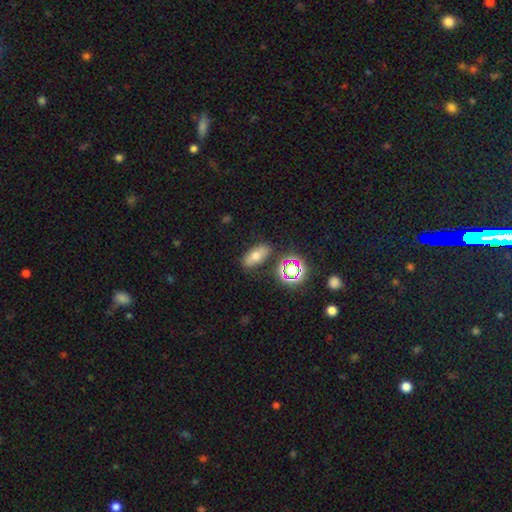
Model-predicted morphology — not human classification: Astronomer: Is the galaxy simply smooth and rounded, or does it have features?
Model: smooth — 60%.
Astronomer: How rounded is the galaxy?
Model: in between — 73%.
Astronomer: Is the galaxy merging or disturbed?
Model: none — 83%.